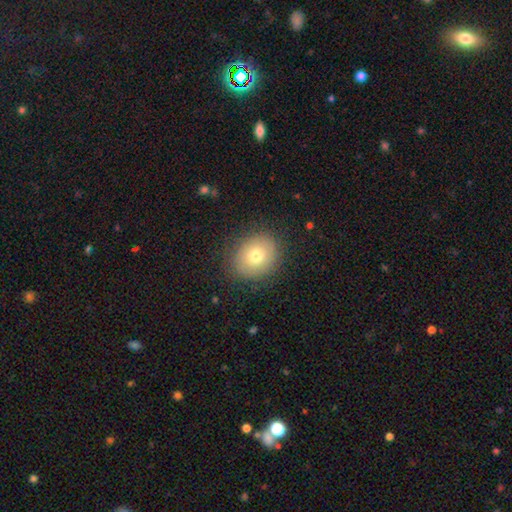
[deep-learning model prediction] A smooth galaxy with no disk features (72%) that is round (66%). Merging: none (84%).